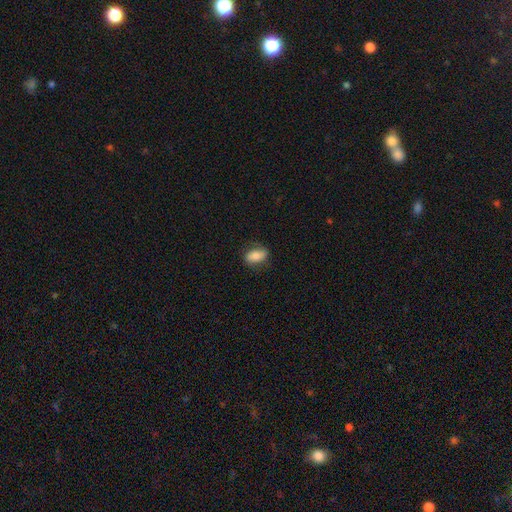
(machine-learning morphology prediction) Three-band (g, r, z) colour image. It shows a smooth galaxy with no disk features (76%) that is in between round and cigar-shaped (88%). Merging: none (75%).